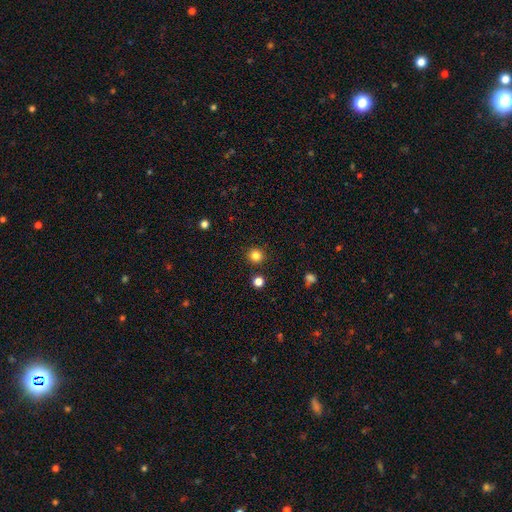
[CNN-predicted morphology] A smooth galaxy with no disk features (83%) that is round (95%). Merging: none (91%).